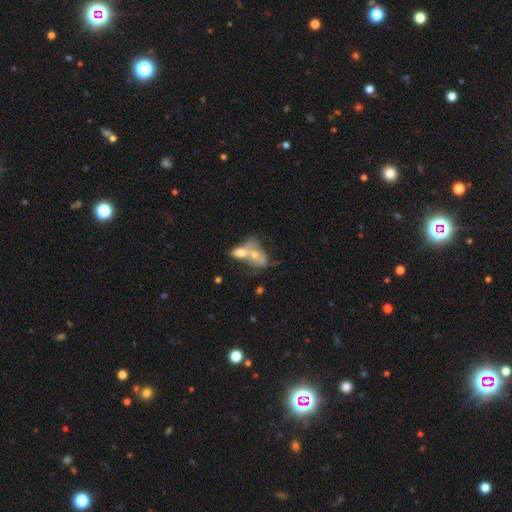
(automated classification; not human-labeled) Q: Smooth or featured?
A: smooth (59%); runner-up: featured or disk (33%)
Q: How rounded?
A: in between (81%); runner-up: round (15%)
Q: Merging?
A: merger (75%); runner-up: none (12%)